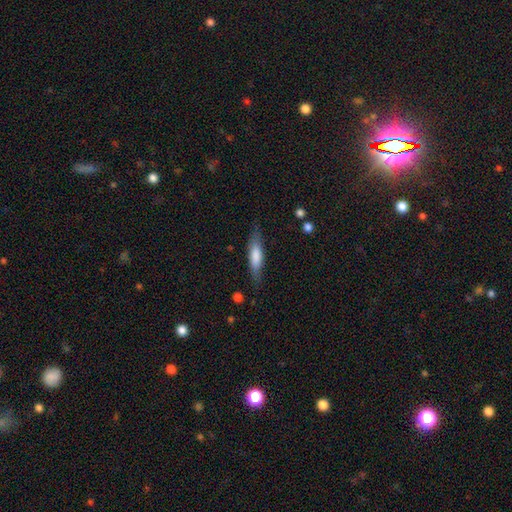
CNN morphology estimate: Smooth or featured: smooth — 68% (featured or disk — 26%)
How rounded: cigar-shaped — 67% (in between — 31%)
Merging: none — 79% (minor disturbance — 15%)